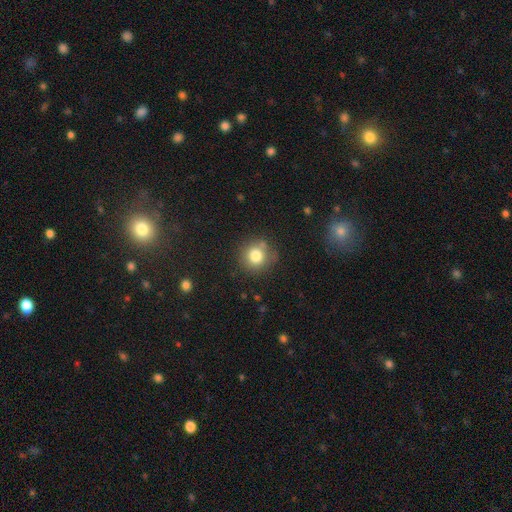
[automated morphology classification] Overall: smooth (80%). How rounded: round (90%). Merging: none (80%).